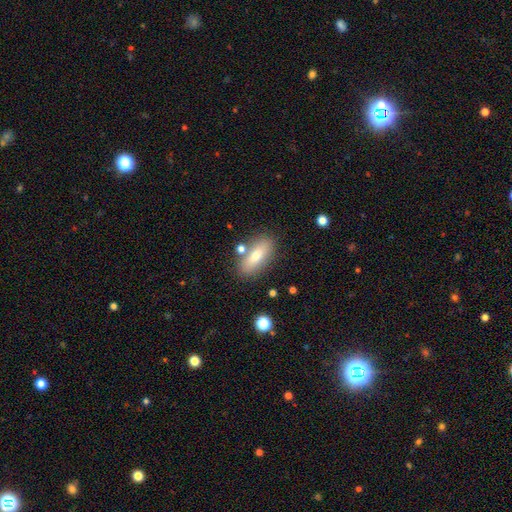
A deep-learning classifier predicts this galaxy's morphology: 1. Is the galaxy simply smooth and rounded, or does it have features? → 70% smooth, 22% featured or disk, 8% star or artifact.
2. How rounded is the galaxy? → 75% in between, 22% cigar-shaped, 3% round.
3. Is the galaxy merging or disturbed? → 79% none, 11% minor disturbance, 7% merger, 3% major disturbance.